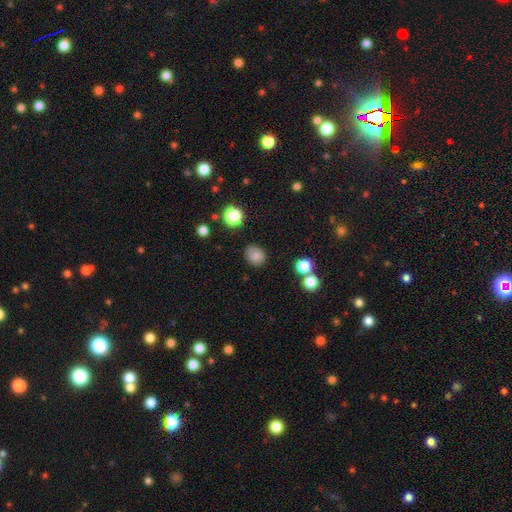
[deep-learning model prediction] A smooth galaxy with no disk features (82%) that is round (63%). Merging: none (78%).